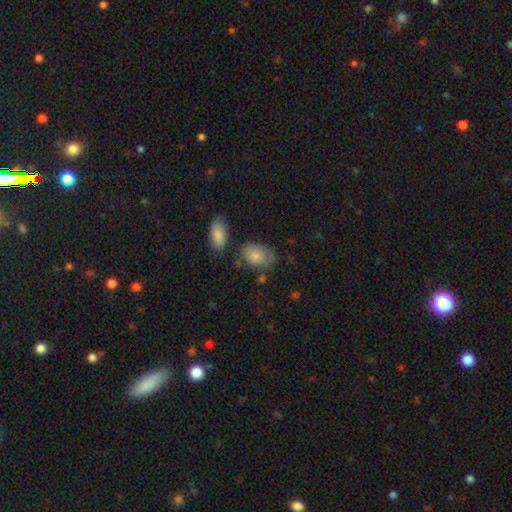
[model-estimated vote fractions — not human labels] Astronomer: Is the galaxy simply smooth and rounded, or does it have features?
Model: smooth — 78%.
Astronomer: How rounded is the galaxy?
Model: in between — 87%.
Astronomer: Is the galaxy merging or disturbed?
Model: none — 54%.